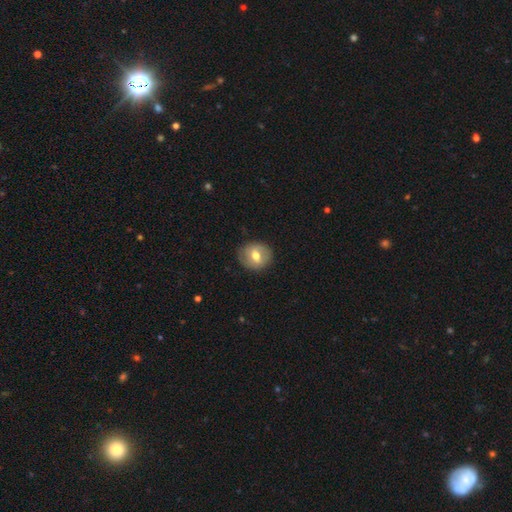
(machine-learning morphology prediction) smooth 53%, featured or disk 39%, star or artifact 7%. Down the decision tree: how rounded — round (77%); merging — none (83%).